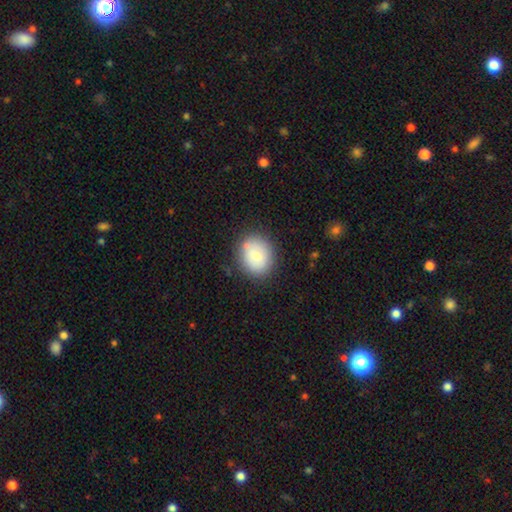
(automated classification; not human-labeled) Smooth or featured?
  - smooth: 81% *
  - featured or disk: 11%
  - star or artifact: 8%
How rounded?
  - round: 59% *
  - in between: 40%
  - cigar-shaped: 1%
Merging?
  - none: 78% *
  - minor disturbance: 13%
  - merger: 5%
  - major disturbance: 4%